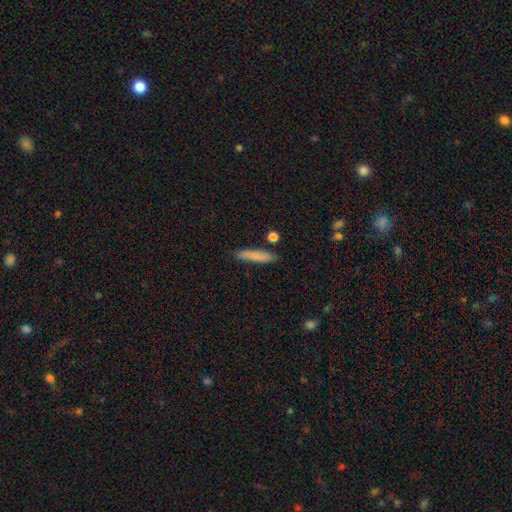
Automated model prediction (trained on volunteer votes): Morphology: type=smooth (80%); roundness=cigar-shaped (89%); merging=none (85%).